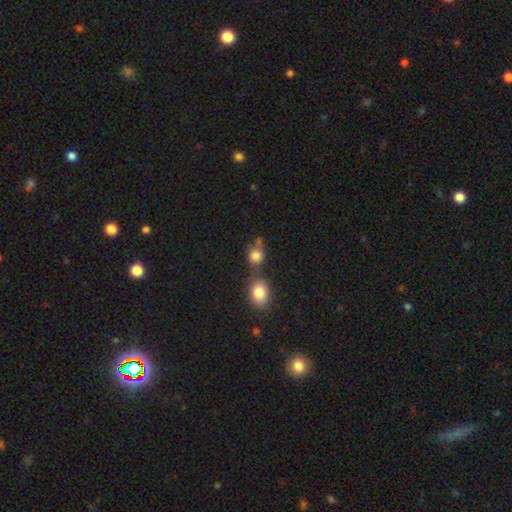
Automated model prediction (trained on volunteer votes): smooth 81%, star or artifact 11%, featured or disk 8%. Down the decision tree: how rounded — round (72%); merging — none (47%).